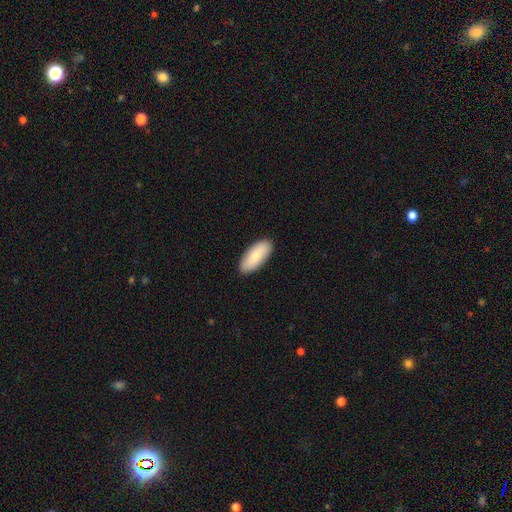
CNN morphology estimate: Overall: smooth (80%). How rounded: in between (88%). Merging: none (89%).